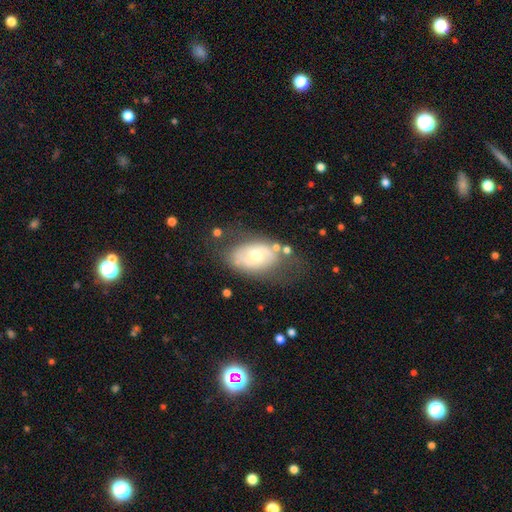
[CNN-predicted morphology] This appears to be a featured or disk galaxy (50%). Merging: none (57%).